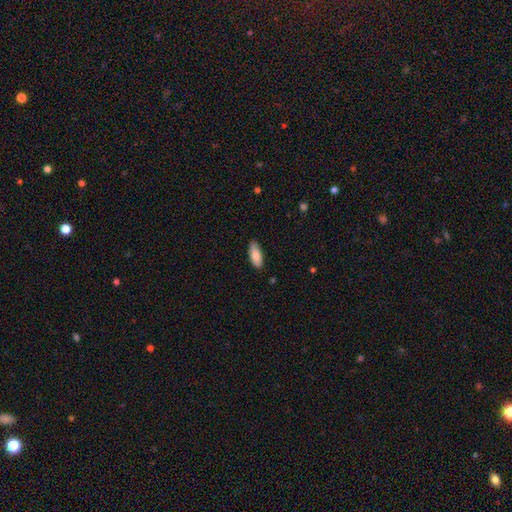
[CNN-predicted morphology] A smooth galaxy with no disk features (85%) that is in between round and cigar-shaped (81%). Merging: none (86%).